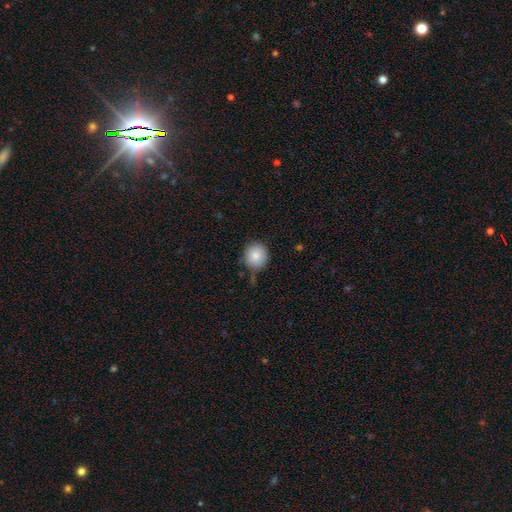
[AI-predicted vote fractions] Smooth or featured? Predicted: smooth (p=0.84). How rounded? Predicted: round (p=0.92). Merging? Predicted: none (p=0.76).